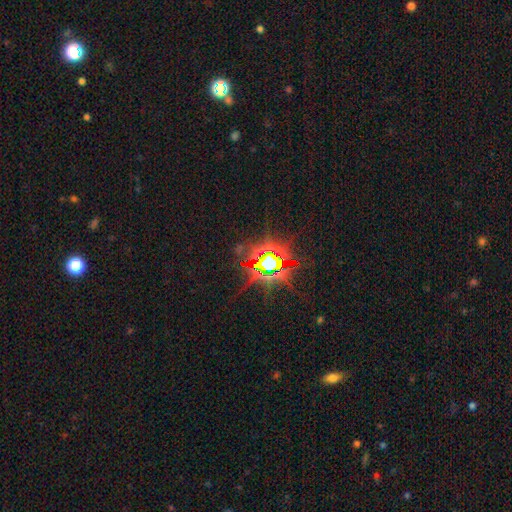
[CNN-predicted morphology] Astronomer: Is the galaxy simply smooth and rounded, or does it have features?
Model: star or artifact — 82%.